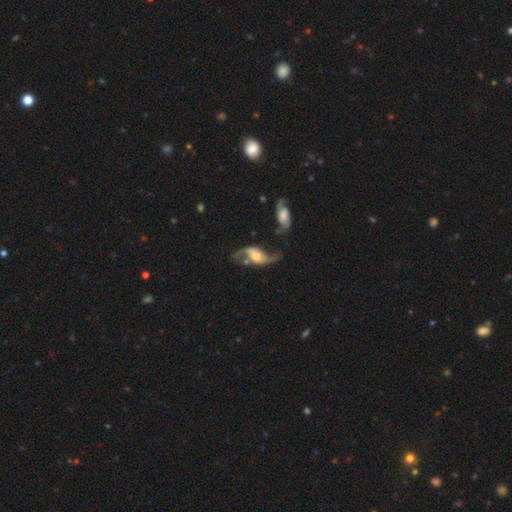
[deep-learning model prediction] A featured or disk galaxy (85%) with no bar (47%), 2 (91%) loose (76%) spiral arms (94%) and a moderate central bulge (50%).

Vote fractions:
- Smooth or featured? featured or disk: 85% / smooth: 10% / star or artifact: 6%
- Edge-on disk? no: 94% / yes: 6%
- Bar? no: 47% / weak: 37% / strong: 16%
- Spiral arms? yes: 94% / no: 6%
- Spiral winding? loose: 76% / medium: 19% / tight: 5%
- Spiral arm count? 2: 91% / 1: 3% / can't tell: 3% / 3: 1% / 4: 1% / more than 4: 1%
- Bulge size? moderate: 50% / small: 30% / large: 13% / none: 5% / dominant: 2%
- Merging? none: 49% / minor disturbance: 19% / major disturbance: 16% / merger: 16%